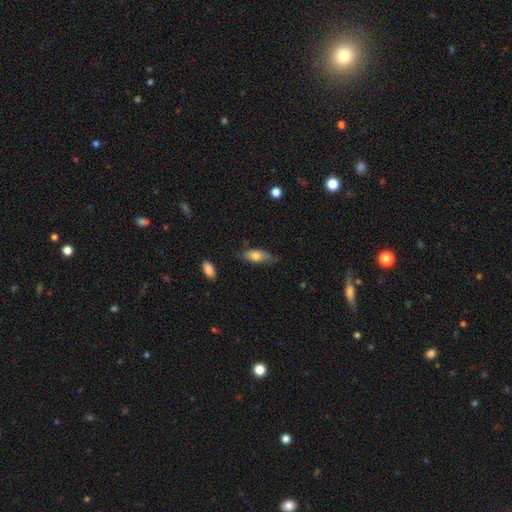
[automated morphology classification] smooth-or-featured: smooth: 72% | featured or disk: 22% | star or artifact: 7%
  how-rounded: in between: 77% | cigar-shaped: 20% | round: 3%
  merging: none: 64% | minor disturbance: 29% | major disturbance: 6% | merger: 2%